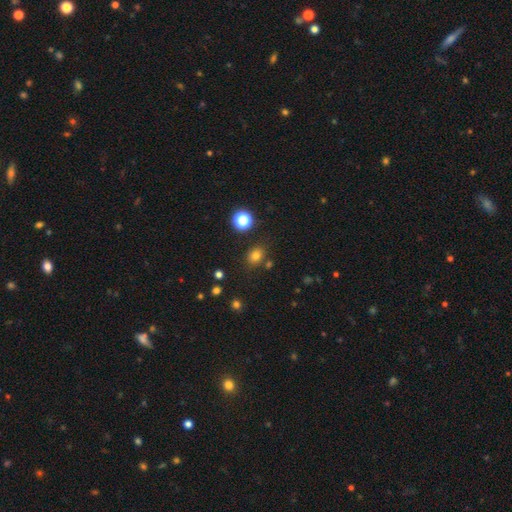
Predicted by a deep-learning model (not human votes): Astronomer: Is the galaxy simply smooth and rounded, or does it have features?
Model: smooth — 75%.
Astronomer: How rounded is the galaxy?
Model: round — 53% (runner-up: in between, 46%).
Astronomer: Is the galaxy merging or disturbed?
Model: none — 77%.